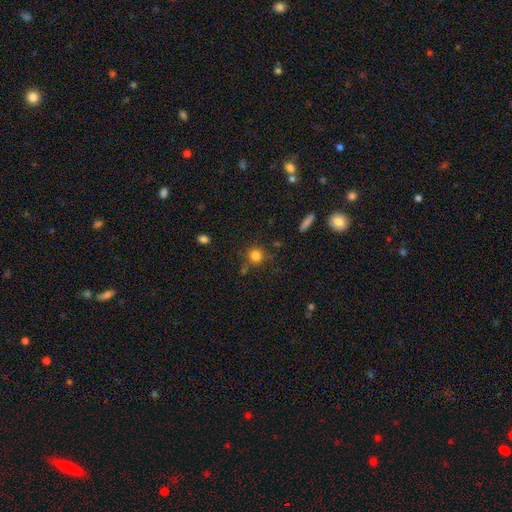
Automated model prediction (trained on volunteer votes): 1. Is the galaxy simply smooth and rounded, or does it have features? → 81% smooth, 12% star or artifact, 7% featured or disk.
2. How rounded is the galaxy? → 91% round, 7% in between, 1% cigar-shaped.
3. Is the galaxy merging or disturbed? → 78% none, 11% minor disturbance, 7% merger, 4% major disturbance.